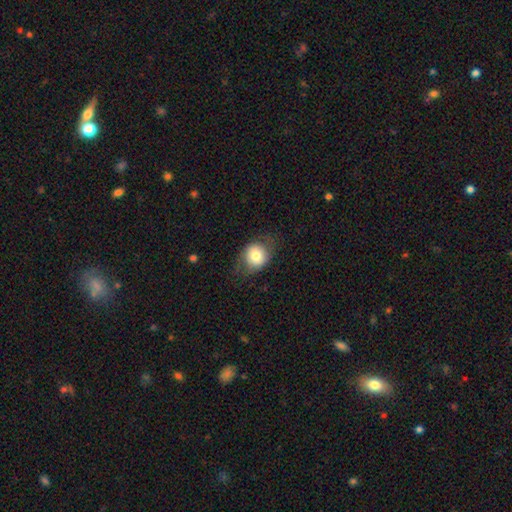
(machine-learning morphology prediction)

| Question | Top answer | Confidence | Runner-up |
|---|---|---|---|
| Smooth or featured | smooth | 73% | featured or disk (19%) |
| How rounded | round | 68% | in between (31%) |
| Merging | none | 68% | minor disturbance (21%) |